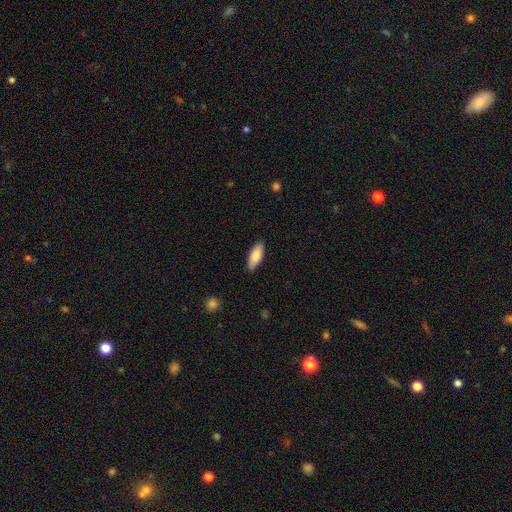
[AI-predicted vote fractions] Smooth or featured? Predicted: smooth (p=0.86). How rounded? Predicted: in between (p=0.73). Merging? Predicted: none (p=0.87).